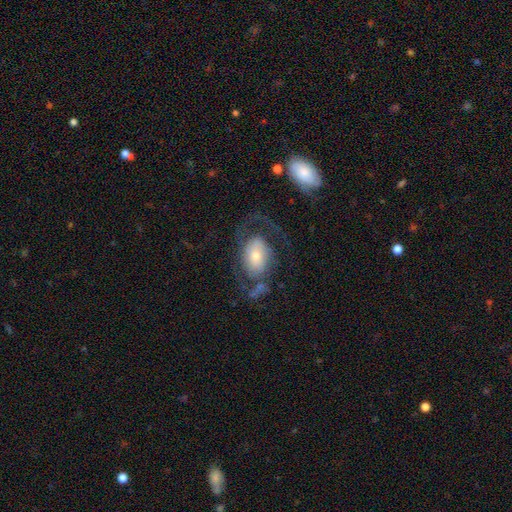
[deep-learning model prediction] featured or disk 64%, smooth 29%, star or artifact 7%. Down the decision tree: edge-on disk — no (95%); bar — no (60%); spiral arms — yes (78%); bulge size — small (42%); merging — none (45%).